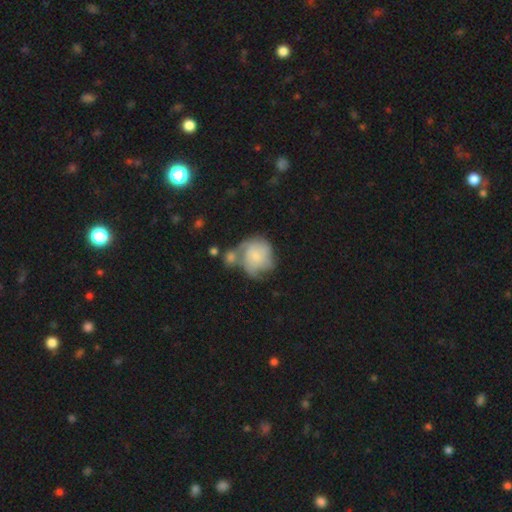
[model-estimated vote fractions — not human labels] featured or disk 50%, smooth 43%, star or artifact 7%. Down the decision tree: merging — merger (31%).